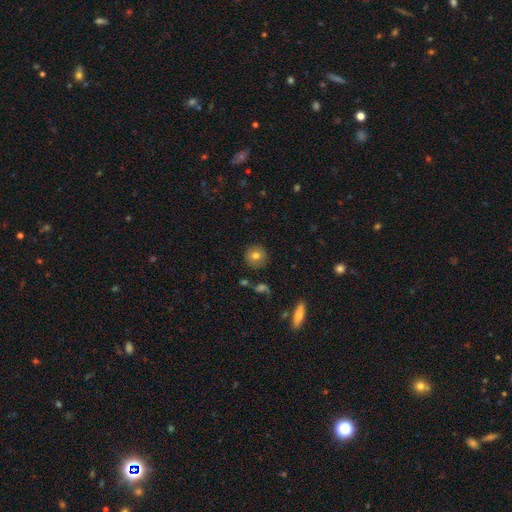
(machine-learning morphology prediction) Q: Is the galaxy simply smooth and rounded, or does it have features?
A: smooth — 73%.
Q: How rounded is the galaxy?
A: round — 92%.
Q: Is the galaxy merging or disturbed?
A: none — 87%.